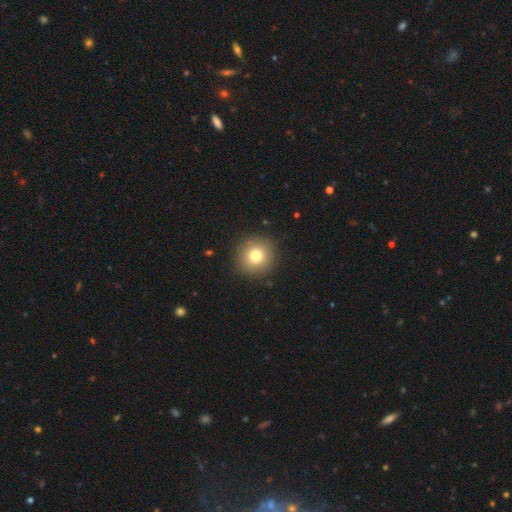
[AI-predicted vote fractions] Smooth or featured? Predicted: smooth (p=0.79). How rounded? Predicted: round (p=0.93). Merging? Predicted: none (p=0.91).